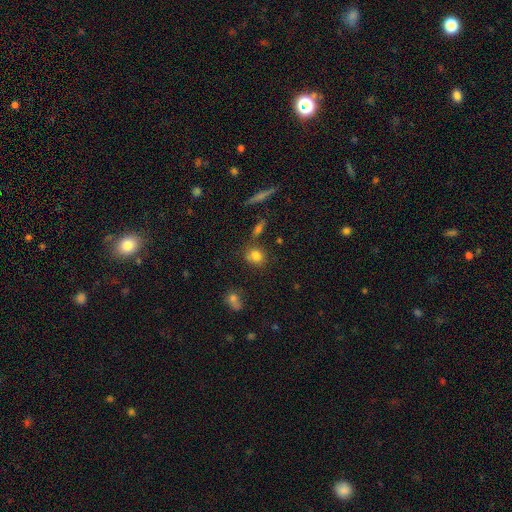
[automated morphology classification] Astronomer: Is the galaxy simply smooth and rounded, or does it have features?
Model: smooth — 80%.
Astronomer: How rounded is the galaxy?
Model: round — 64%.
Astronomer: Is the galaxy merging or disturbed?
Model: none — 72%.